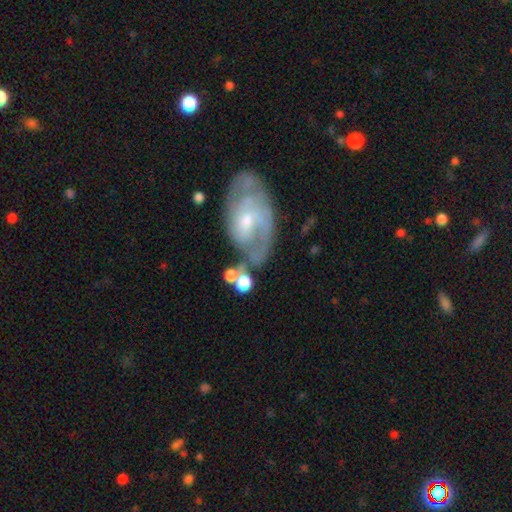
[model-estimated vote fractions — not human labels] This is likely a featured or disk galaxy (79%). It is clearly not viewed edge-on (94%). Bar: possibly no (57%). Spiral arm pattern: clearly yes (90%). Spiral arm count: marginally 2 (38%). Spiral winding: possibly tight (51%). Central bulge: possibly small (59%). Merging: likely none (64%).